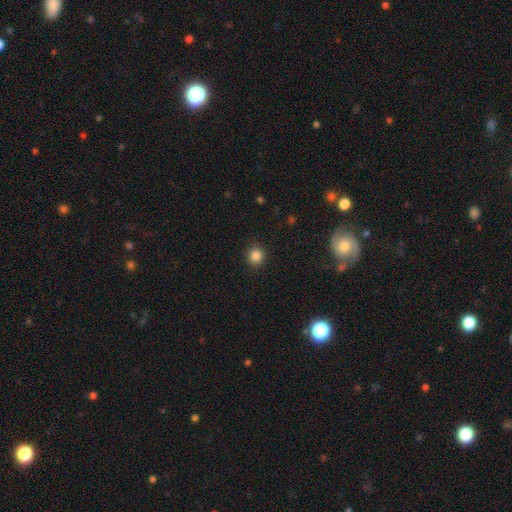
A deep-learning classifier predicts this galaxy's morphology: smooth_or_featured: smooth (p=0.85) [alt: star or artifact p=0.11]
how_rounded: round (p=0.86) [alt: in between p=0.13]
merging: none (p=0.91) [alt: minor disturbance p=0.06]